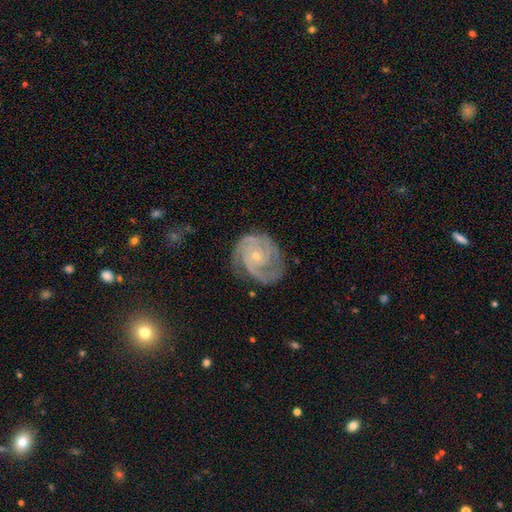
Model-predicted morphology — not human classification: type=featured or disk (91%); edge-on=no (98%); bar=no (76%); spiral arms=yes (98%); winding=tight (65%); arm count=3 (40%); bulge=small (76%); merging=none (71%).